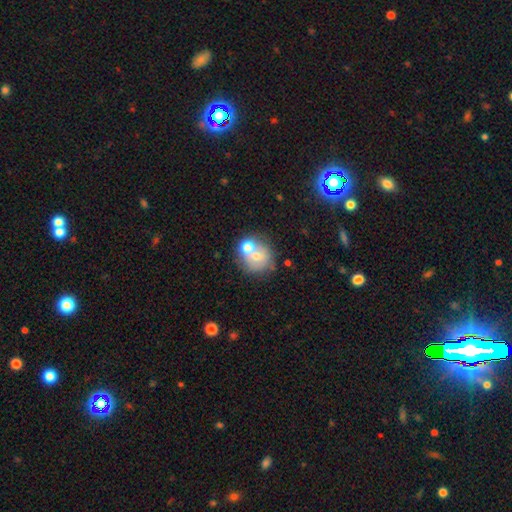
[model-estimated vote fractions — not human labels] Overall: smooth (60%; featured or disk 30%). How rounded: round (82%). Merging: merger (42%, tied with none).